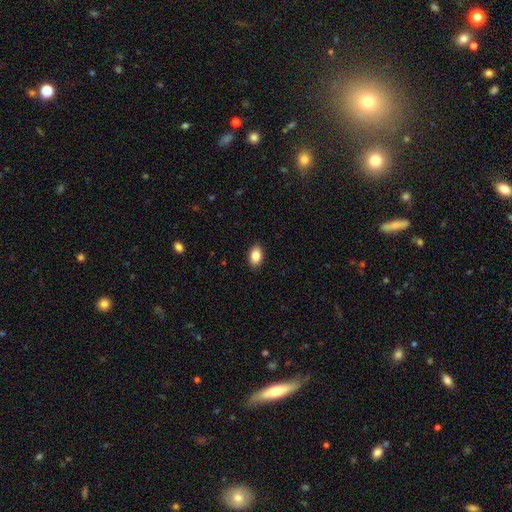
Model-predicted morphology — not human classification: A smooth galaxy with no disk features (87%) that is in between round and cigar-shaped (91%).

Vote fractions:
- Smooth or featured? smooth: 87% / star or artifact: 8% / featured or disk: 6%
- How rounded? in between: 91% / round: 8% / cigar-shaped: 2%
- Merging? none: 90% / minor disturbance: 7% / major disturbance: 2% / merger: 1%